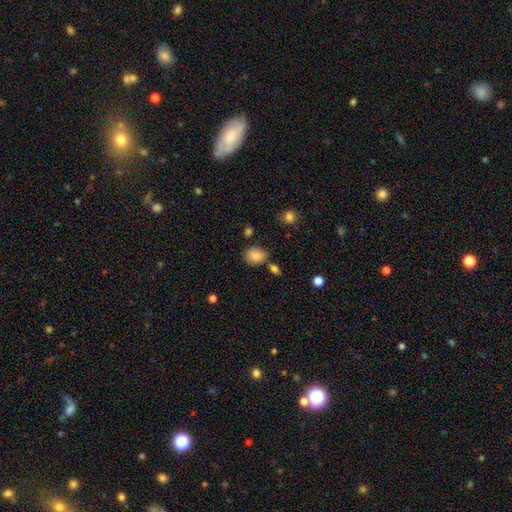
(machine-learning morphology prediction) type=smooth (86%); roundness=in between (55%); merging=none (73%).